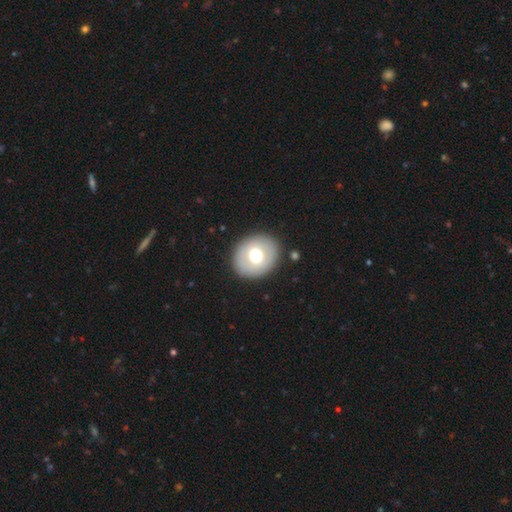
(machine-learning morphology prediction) Smooth or featured: smooth — 65% (featured or disk — 27%)
How rounded: round — 69% (in between — 30%)
Merging: none — 88% (minor disturbance — 7%)